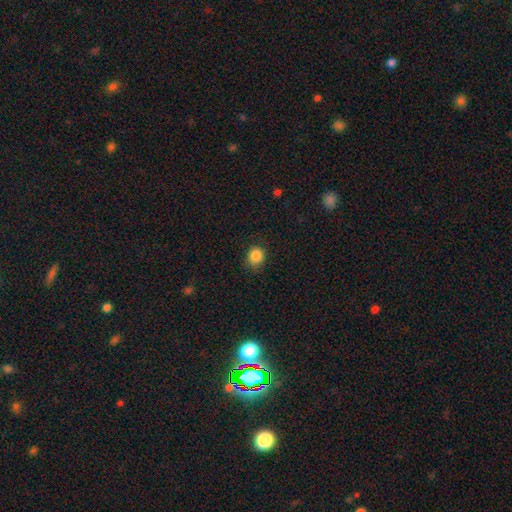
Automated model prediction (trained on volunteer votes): Q: Smooth or featured?
A: smooth (86%); runner-up: star or artifact (10%)
Q: How rounded?
A: round (76%); runner-up: in between (23%)
Q: Merging?
A: none (82%); runner-up: minor disturbance (14%)